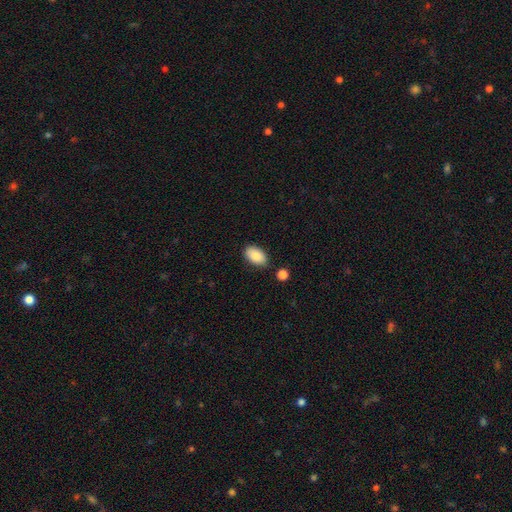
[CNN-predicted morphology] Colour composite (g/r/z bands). It shows a smooth galaxy with no disk features (88%) that is in between round and cigar-shaped (94%). Merging: none (82%).